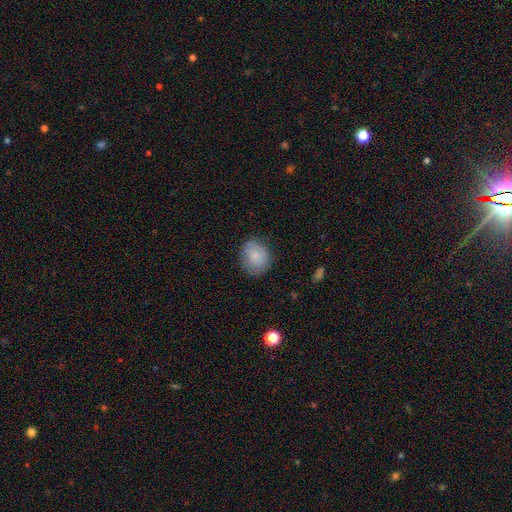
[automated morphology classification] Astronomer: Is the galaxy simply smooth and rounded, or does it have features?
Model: smooth — 82%.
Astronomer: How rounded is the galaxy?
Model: round — 60% (runner-up: in between, 39%).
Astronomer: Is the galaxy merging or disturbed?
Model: none — 77%.